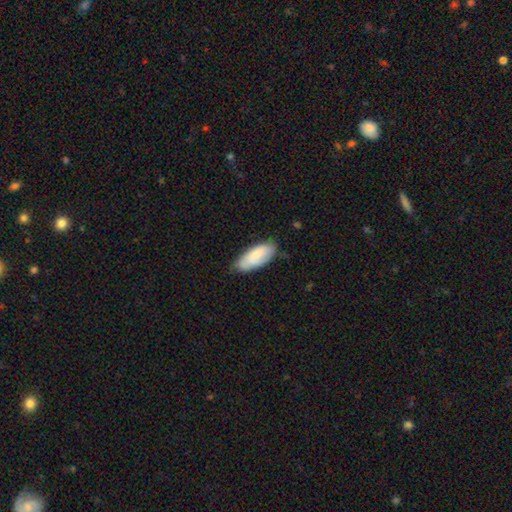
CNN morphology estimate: smooth_or_featured: smooth (p=0.76) [alt: featured or disk p=0.18]
how_rounded: in between (p=0.85) [alt: cigar-shaped p=0.13]
merging: none (p=0.64) [alt: minor disturbance p=0.29]